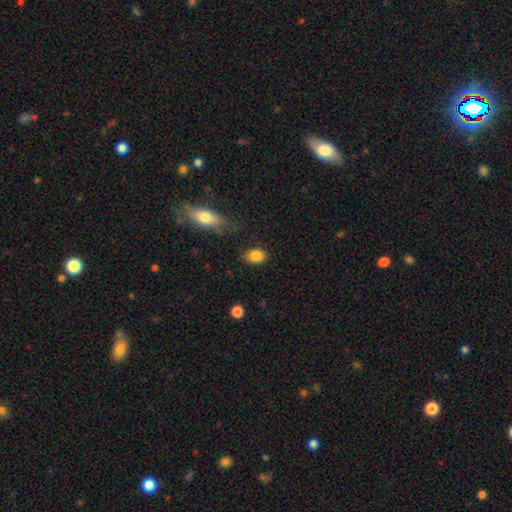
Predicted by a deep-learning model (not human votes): Smooth or featured: smooth — 86% (star or artifact — 8%)
How rounded: in between — 70% (round — 29%)
Merging: none — 83% (minor disturbance — 12%)